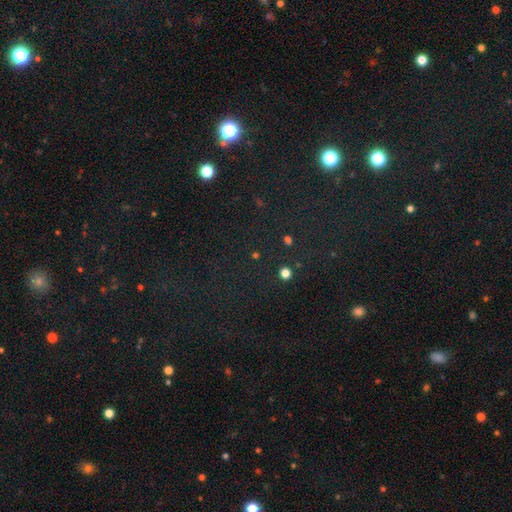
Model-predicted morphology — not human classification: Overall: star or artifact (69%).